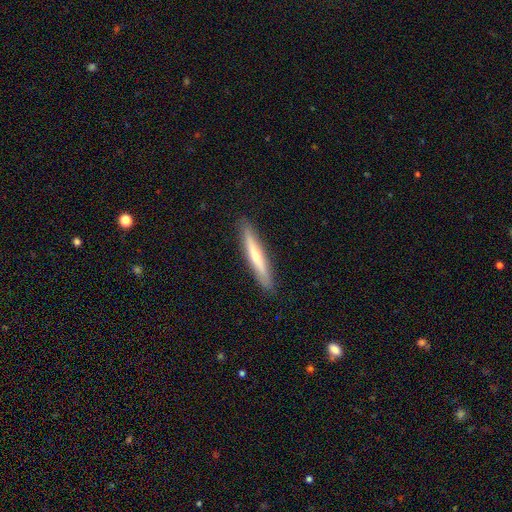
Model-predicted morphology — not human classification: A smooth galaxy with no disk features (54%) that is cigar-shaped (94%).

Vote fractions:
- Smooth or featured? smooth: 54% / featured or disk: 40% / star or artifact: 5%
- How rounded? cigar-shaped: 94% / in between: 5% / round: 1%
- Merging? none: 90% / minor disturbance: 7% / major disturbance: 1% / merger: 1%